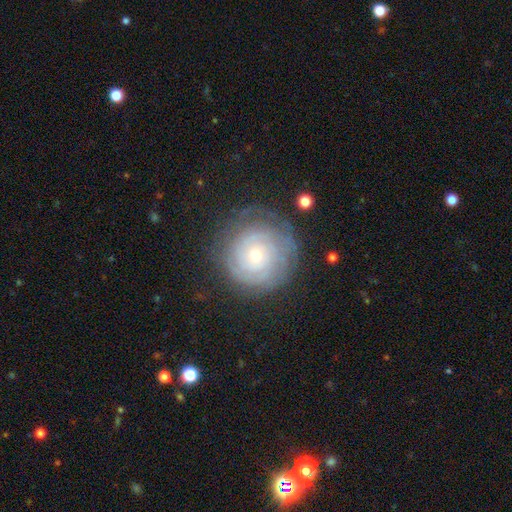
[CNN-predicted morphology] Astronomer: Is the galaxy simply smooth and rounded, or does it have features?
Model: featured or disk — 69%.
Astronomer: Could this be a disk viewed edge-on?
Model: no — 97%.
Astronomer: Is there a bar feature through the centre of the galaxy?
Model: no — 84%.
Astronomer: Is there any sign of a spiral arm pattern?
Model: yes — 87%.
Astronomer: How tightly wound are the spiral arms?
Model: tight — 84%.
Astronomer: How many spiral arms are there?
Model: can't tell — 54%.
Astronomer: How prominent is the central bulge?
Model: small — 62%.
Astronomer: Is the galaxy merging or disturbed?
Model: none — 75%.